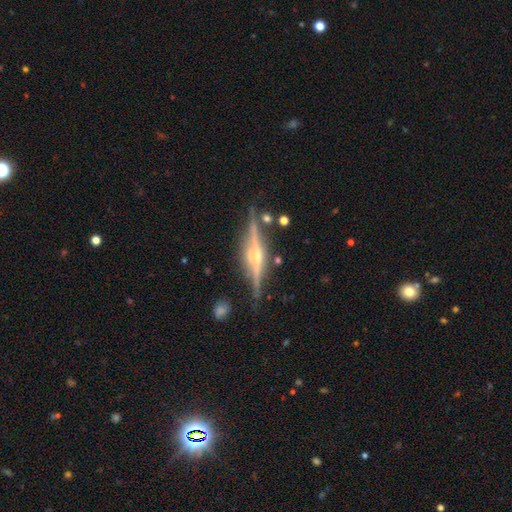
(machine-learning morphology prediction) Overall: featured or disk (85%). Edge-on disk: yes (97%). Edge-on bulge: rounded (85%). Merging: none (83%).